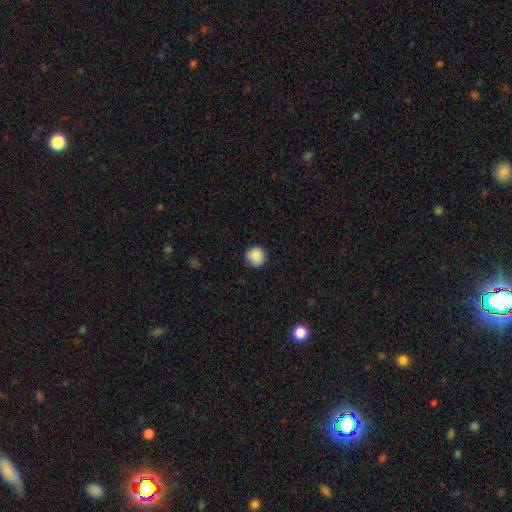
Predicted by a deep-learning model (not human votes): Smooth or featured? smooth (89%)
How rounded? round (94%)
Merging? none (91%)